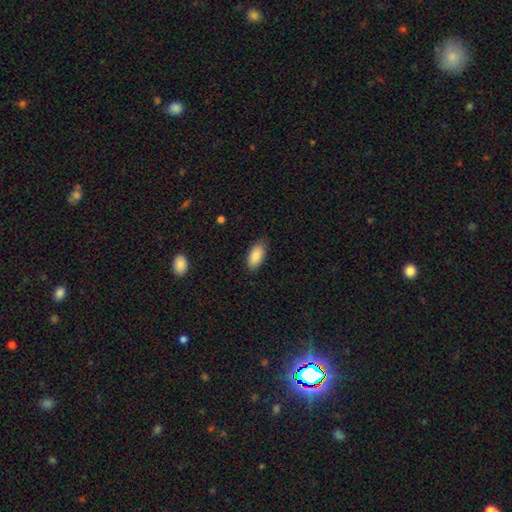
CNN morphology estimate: Overall: smooth (86%). How rounded: in between (93%). Merging: none (79%).